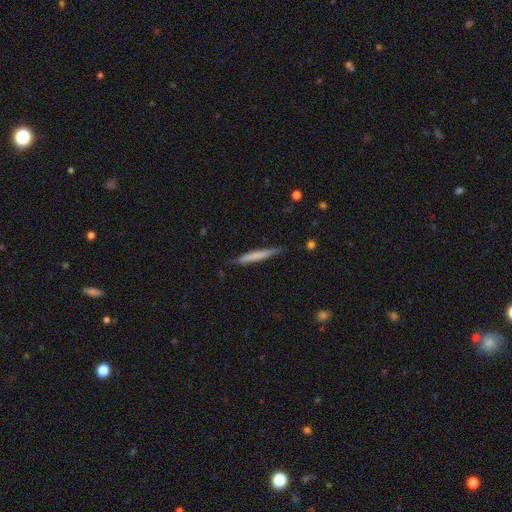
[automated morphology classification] A smooth galaxy with no disk features (63%) that is cigar-shaped (96%). Merging: none (84%).